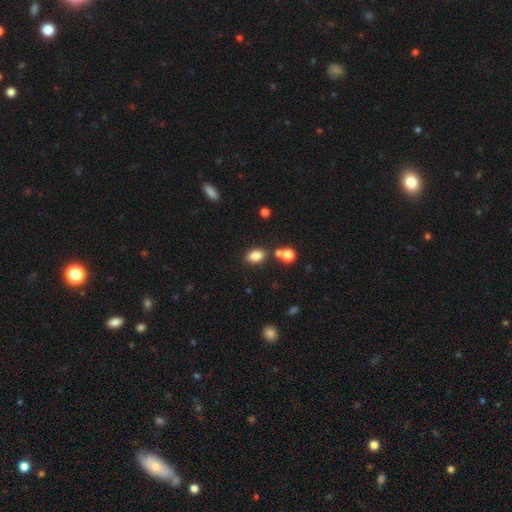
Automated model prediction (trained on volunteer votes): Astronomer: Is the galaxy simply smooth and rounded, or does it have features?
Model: smooth — 83%.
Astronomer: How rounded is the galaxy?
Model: in between — 85%.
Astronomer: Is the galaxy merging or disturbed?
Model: none — 76%.